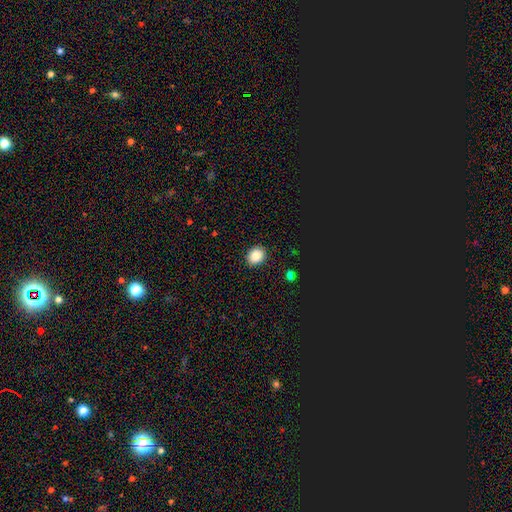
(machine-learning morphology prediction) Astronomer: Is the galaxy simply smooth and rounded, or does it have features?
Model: smooth — 84%.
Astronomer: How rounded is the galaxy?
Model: round — 60% (runner-up: in between, 39%).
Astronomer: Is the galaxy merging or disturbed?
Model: none — 90%.